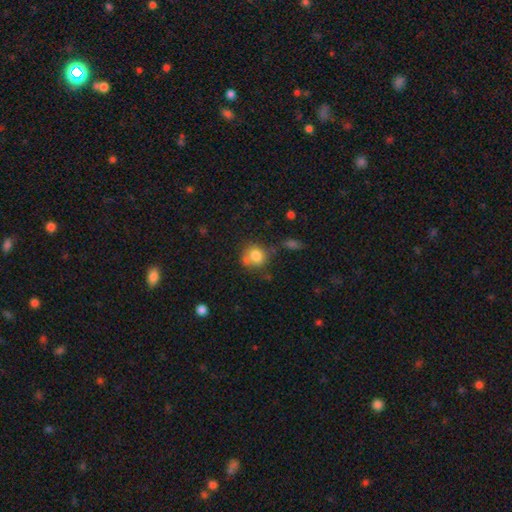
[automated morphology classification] This is likely a smooth galaxy (80%). How rounded: likely round (77%). Merging: possibly none (55%).